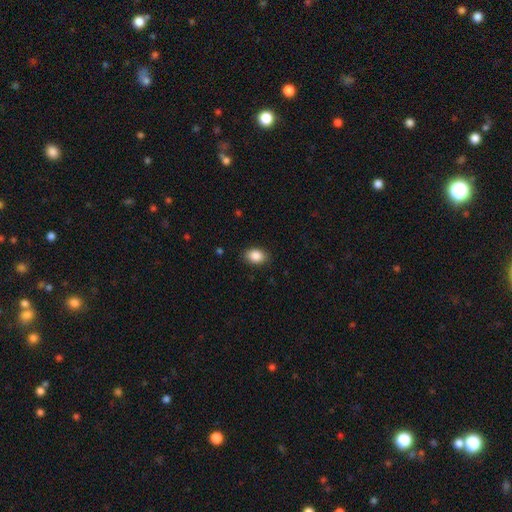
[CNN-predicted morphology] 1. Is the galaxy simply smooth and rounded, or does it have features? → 88% smooth, 8% star or artifact, 4% featured or disk.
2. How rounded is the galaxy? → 79% in between, 20% round, 1% cigar-shaped.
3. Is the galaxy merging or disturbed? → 86% none, 10% minor disturbance, 2% major disturbance, 1% merger.